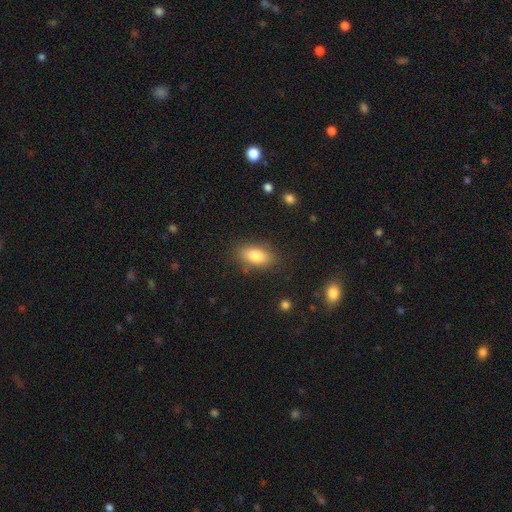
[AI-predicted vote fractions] Smooth or featured? Predicted: smooth (p=0.82). How rounded? Predicted: in between (p=0.88). Merging? Predicted: none (p=0.82).